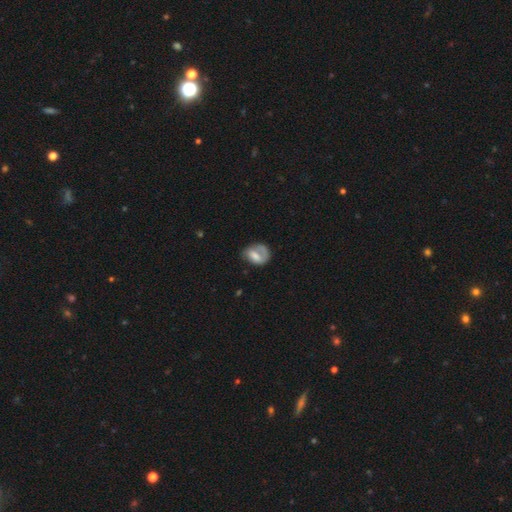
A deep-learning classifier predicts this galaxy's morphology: Q: Smooth or featured?
A: smooth (56%); runner-up: featured or disk (37%)
Q: How rounded?
A: in between (65%); runner-up: round (33%)
Q: Merging?
A: none (44%); runner-up: minor disturbance (26%)